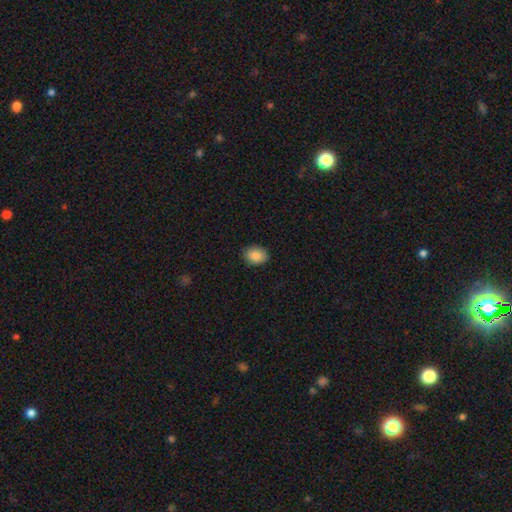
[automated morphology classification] This appears to be a smooth galaxy with no disk features (87%) that is in between round and cigar-shaped (68%). Merging: none (87%).